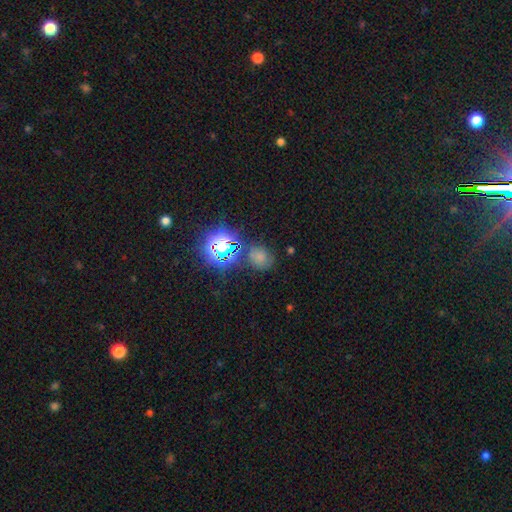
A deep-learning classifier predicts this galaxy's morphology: Smooth or featured: star or artifact — 51% (smooth — 40%)